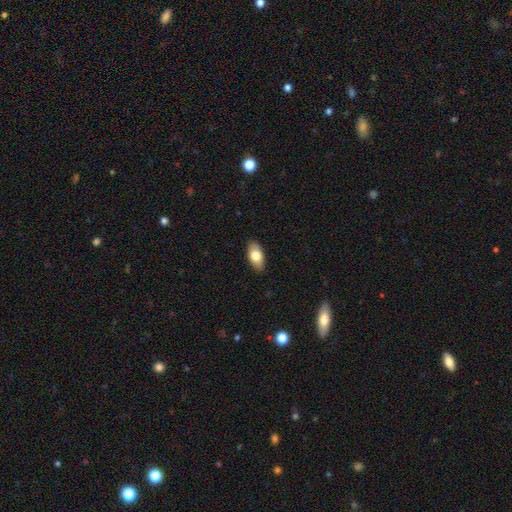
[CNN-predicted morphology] Smooth or featured?
  - smooth: 77% *
  - featured or disk: 17%
  - star or artifact: 7%
How rounded?
  - in between: 92% *
  - cigar-shaped: 4%
  - round: 4%
Merging?
  - none: 89% *
  - minor disturbance: 9%
  - major disturbance: 2%
  - merger: 1%